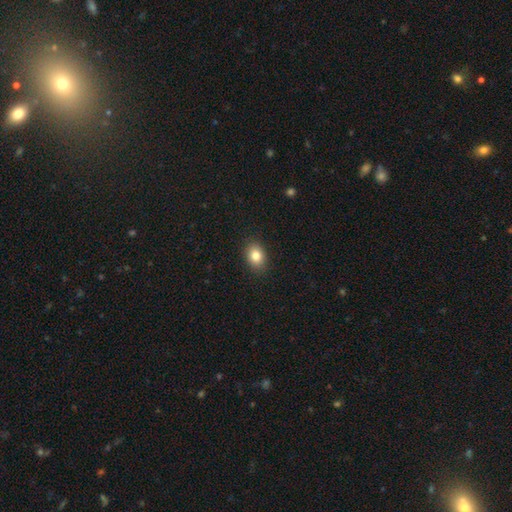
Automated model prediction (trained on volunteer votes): smooth_or_featured: smooth (p=0.83) [alt: star or artifact p=0.09]
how_rounded: in between (p=0.68) [alt: round p=0.31]
merging: none (p=0.89) [alt: minor disturbance p=0.08]